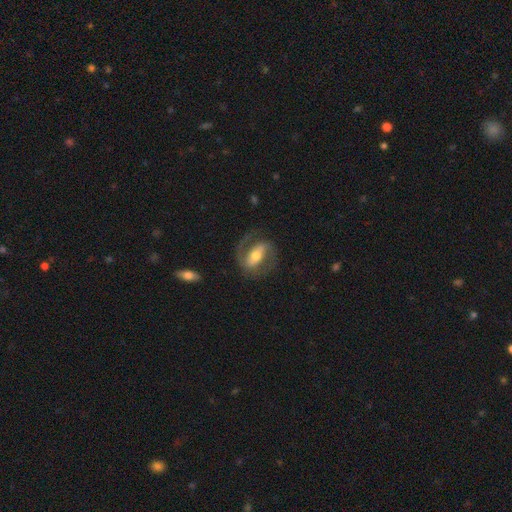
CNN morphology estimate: This appears to be a featured or disk galaxy (83%) with a strong bar (58%), 2 (85%) medium (54%) spiral arms (93%) and a moderate central bulge (63%). Merging: none (73%).